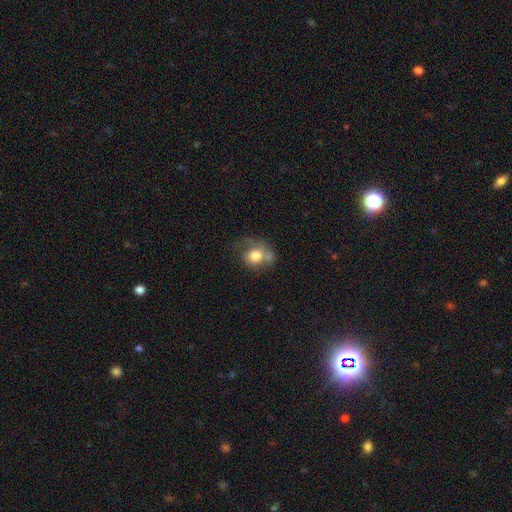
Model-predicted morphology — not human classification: A smooth galaxy with no disk features (72%) that is round (67%). Merging: none (36%).